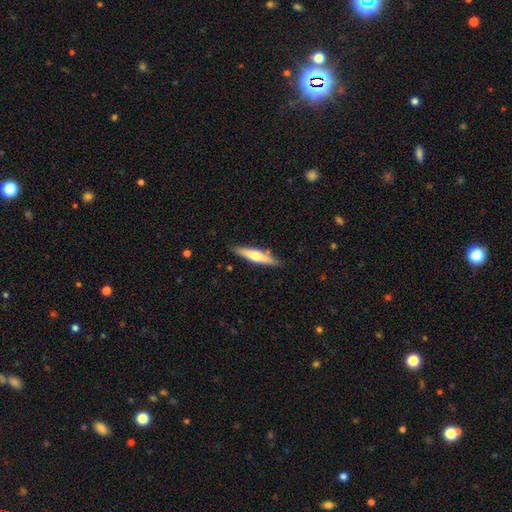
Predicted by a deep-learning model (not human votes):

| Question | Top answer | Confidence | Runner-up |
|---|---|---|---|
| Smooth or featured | smooth | 49% | featured or disk (45%) |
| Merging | none | 82% | minor disturbance (12%) |